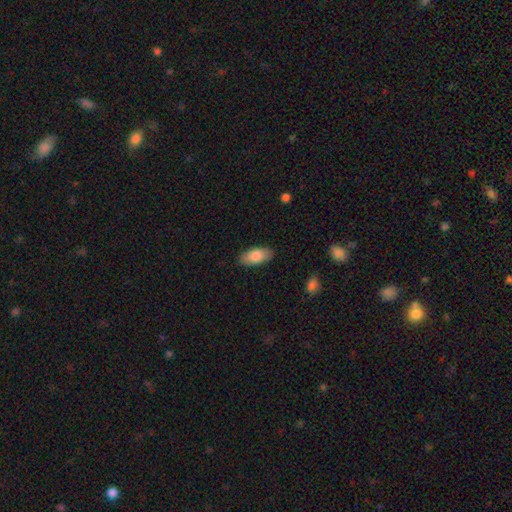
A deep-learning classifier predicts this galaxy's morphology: This is clearly a smooth galaxy (82%). How rounded: clearly in between (89%). Merging: clearly none (87%).